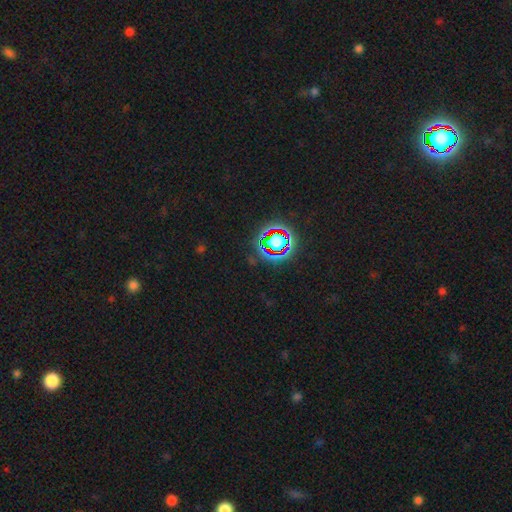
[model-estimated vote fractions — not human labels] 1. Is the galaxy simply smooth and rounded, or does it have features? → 79% star or artifact, 12% smooth, 9% featured or disk.